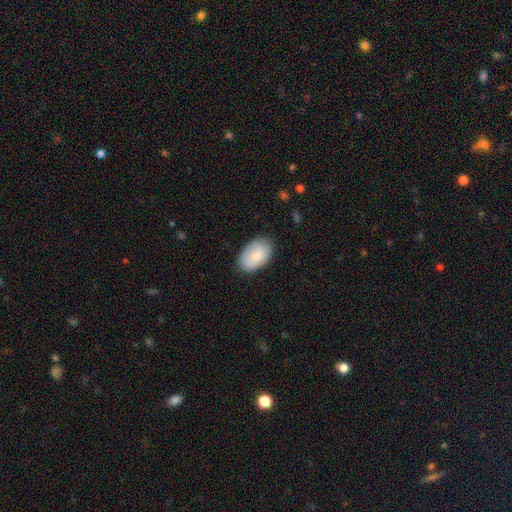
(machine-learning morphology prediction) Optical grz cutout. It shows a smooth galaxy with no disk features (83%) that is in between round and cigar-shaped (92%). Merging: none (81%).